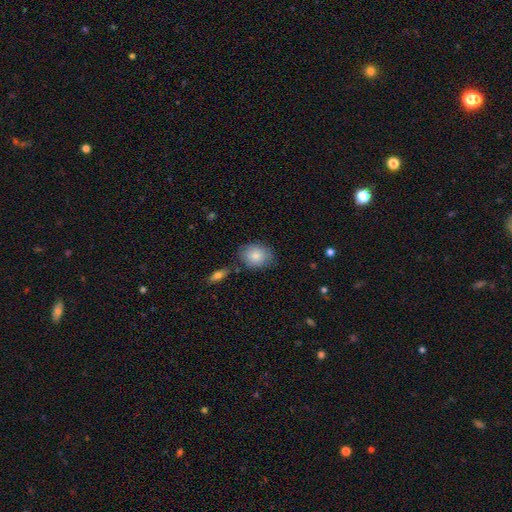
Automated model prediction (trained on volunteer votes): The model was most divided on "how rounded": in between: 54%, round: 45%, cigar-shaped: 1%. More confident: smooth or featured — smooth (84%); merging — none (75%).